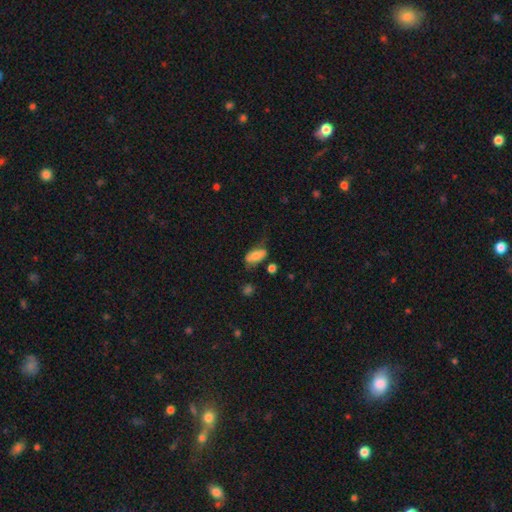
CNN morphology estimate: Smooth or featured?
  - smooth: 76% *
  - featured or disk: 16%
  - star or artifact: 8%
How rounded?
  - in between: 89% *
  - cigar-shaped: 7%
  - round: 4%
Merging?
  - none: 52% *
  - minor disturbance: 31%
  - major disturbance: 12%
  - merger: 5%